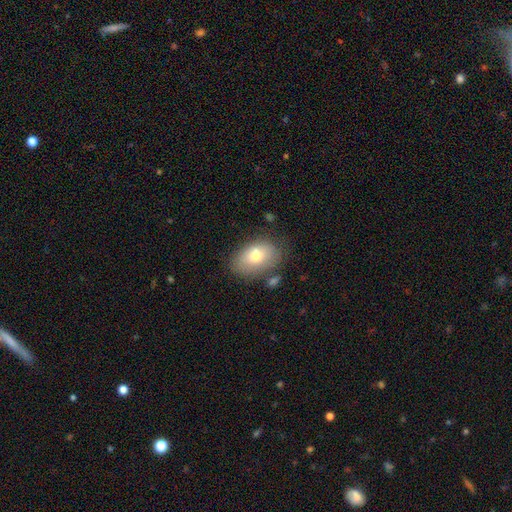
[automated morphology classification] smooth-or-featured: smooth: 72% | featured or disk: 19% | star or artifact: 9%
  how-rounded: in between: 83% | round: 16% | cigar-shaped: 1%
  merging: none: 70% | minor disturbance: 18% | major disturbance: 6% | merger: 6%